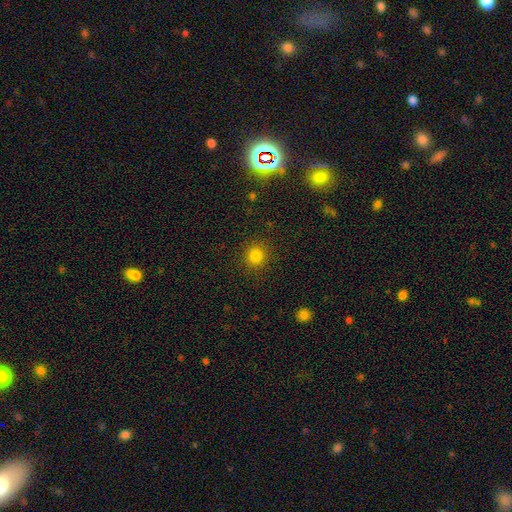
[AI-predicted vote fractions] smooth_or_featured: smooth (p=0.82) [alt: star or artifact p=0.13]
how_rounded: round (p=0.88) [alt: in between p=0.11]
merging: none (p=0.90) [alt: minor disturbance p=0.06]